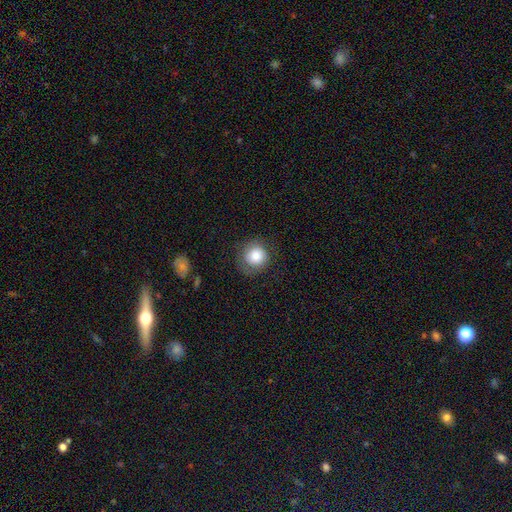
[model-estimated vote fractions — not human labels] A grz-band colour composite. It shows a smooth galaxy with no disk features (79%) that is round (90%). Merging: none (74%).